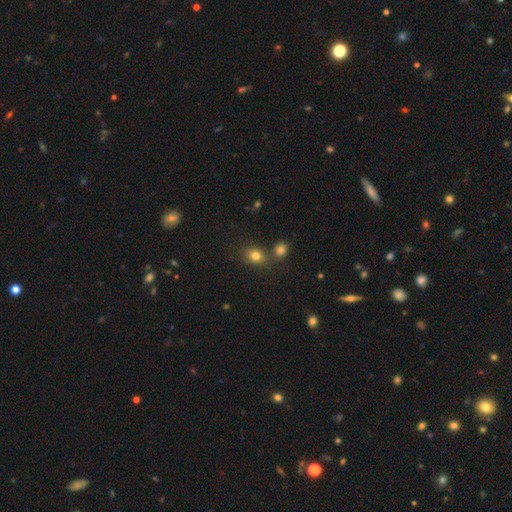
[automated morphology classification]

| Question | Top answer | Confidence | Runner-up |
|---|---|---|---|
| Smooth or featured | smooth | 79% | star or artifact (13%) |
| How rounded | round | 50% | in between (49%) |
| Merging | none | 65% | merger (21%) |